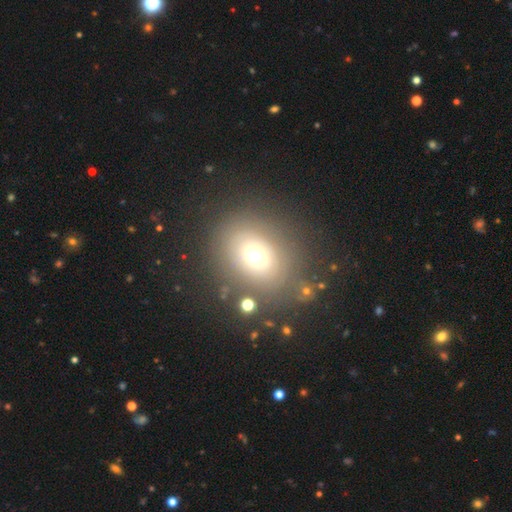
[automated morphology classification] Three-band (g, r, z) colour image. It shows a smooth galaxy with no disk features (57%) that is round (56%). Merging: none (74%).